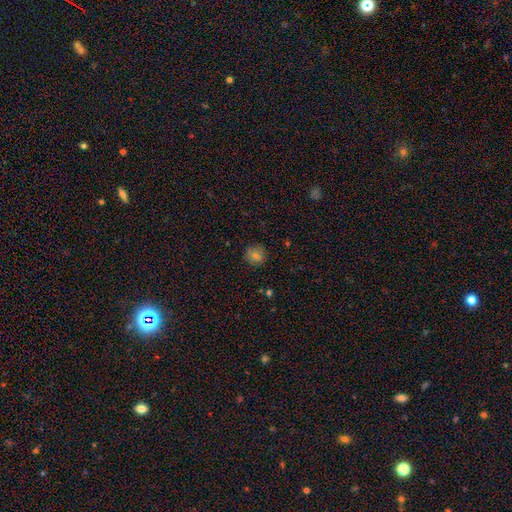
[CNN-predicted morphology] Smooth or featured? smooth (74%)
How rounded? round (92%)
Merging? none (87%)